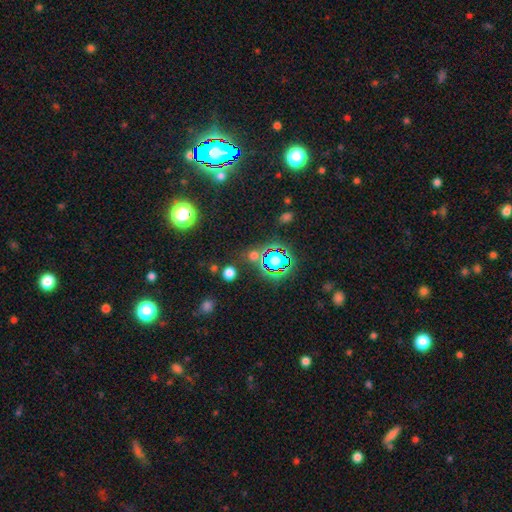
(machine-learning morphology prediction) A star or artifact, not a galaxy (69%).